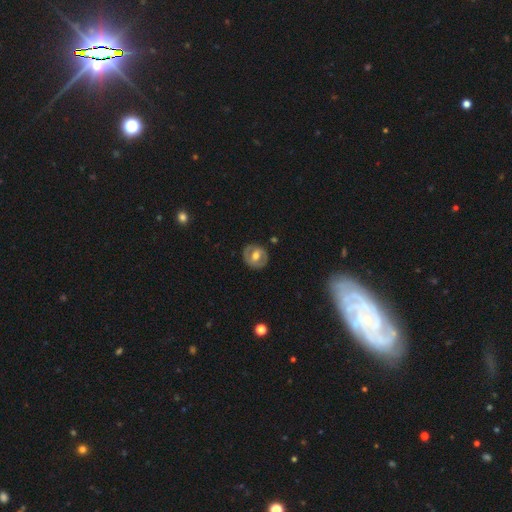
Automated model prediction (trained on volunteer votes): Smooth or featured? Predicted: featured or disk (p=0.56). Edge-on disk? Predicted: no (p=0.95). Bar? Predicted: weak (p=0.41). Spiral arms? Predicted: no (p=0.53). Bulge size? Predicted: moderate (p=0.74). Merging? Predicted: none (p=0.84).